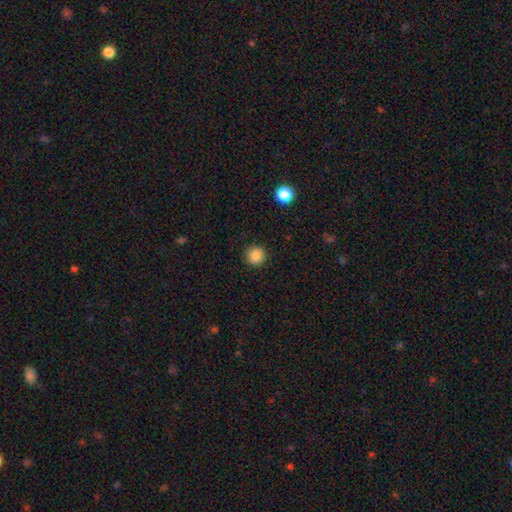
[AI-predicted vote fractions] Overall: smooth (87%). How rounded: round (94%). Merging: none (90%).